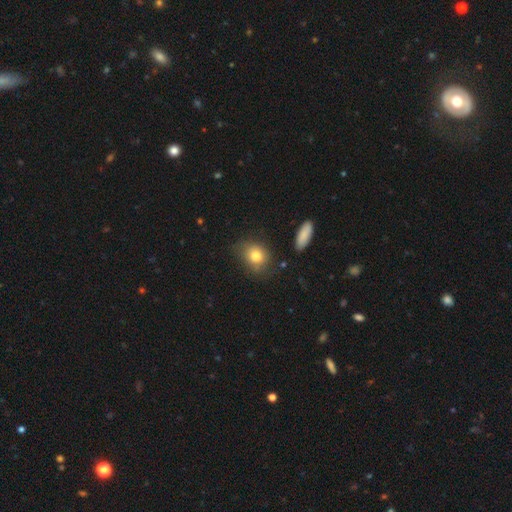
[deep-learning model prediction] Smooth or featured? smooth (80%)
How rounded? round (53%)
Merging? none (68%)